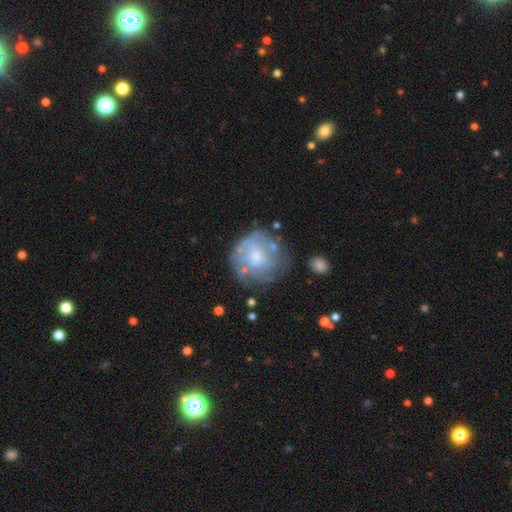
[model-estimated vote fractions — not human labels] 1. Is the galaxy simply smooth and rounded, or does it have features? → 56% featured or disk, 36% smooth, 8% star or artifact.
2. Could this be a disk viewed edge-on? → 98% no, 2% yes.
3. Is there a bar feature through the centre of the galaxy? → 72% no, 24% weak, 4% strong.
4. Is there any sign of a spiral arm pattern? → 53% no, 47% yes.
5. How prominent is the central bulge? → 51% moderate, 28% small, 10% none, 9% large, 2% dominant.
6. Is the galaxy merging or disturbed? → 61% none, 20% minor disturbance, 13% major disturbance, 5% merger.